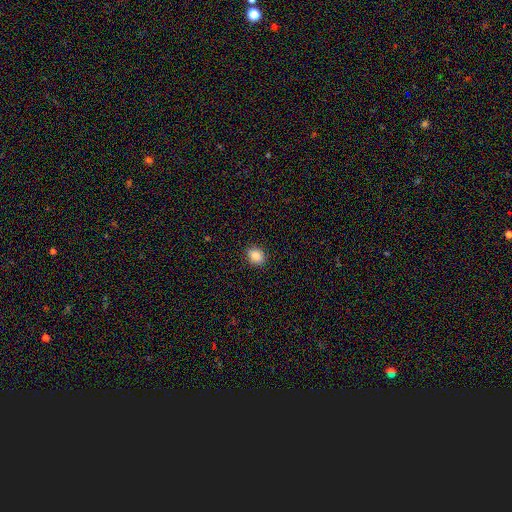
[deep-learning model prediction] Smooth or featured: smooth — 87% (star or artifact — 9%)
How rounded: in between — 52% (round — 47%)
Merging: none — 90% (minor disturbance — 7%)